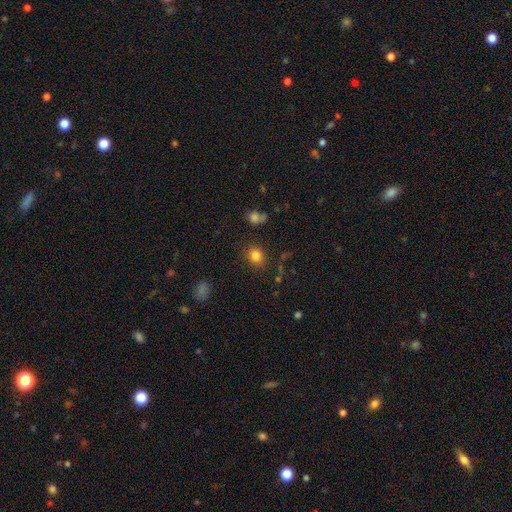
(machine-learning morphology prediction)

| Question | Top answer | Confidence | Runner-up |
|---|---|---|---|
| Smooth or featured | smooth | 81% | star or artifact (13%) |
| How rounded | round | 72% | in between (27%) |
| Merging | none | 84% | minor disturbance (10%) |